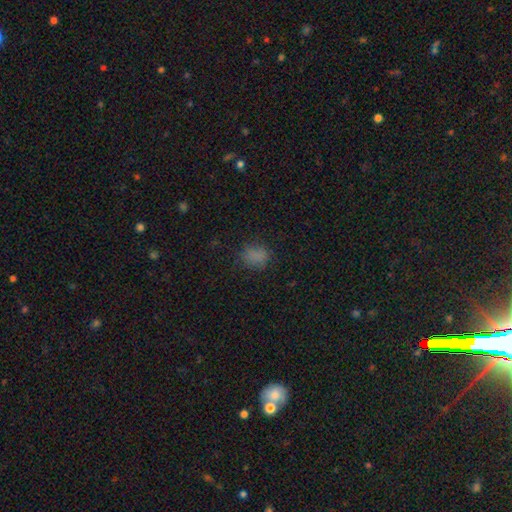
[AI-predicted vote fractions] Morphology: type=smooth (76%); roundness=in between (49%, tied with round); merging=none (73%).